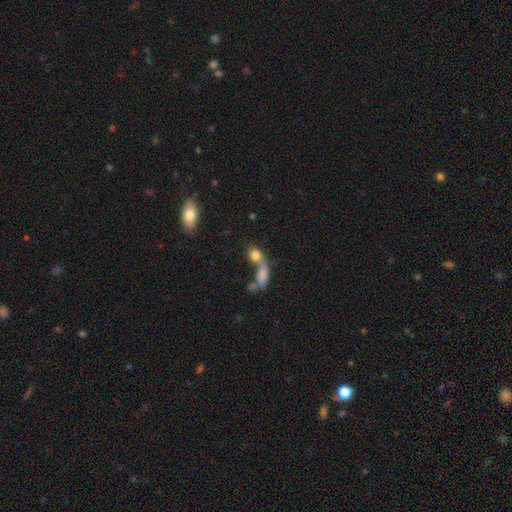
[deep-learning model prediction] smooth 77%, featured or disk 12%, star or artifact 11%. Down the decision tree: how rounded — in between (53%); merging — merger (63%).